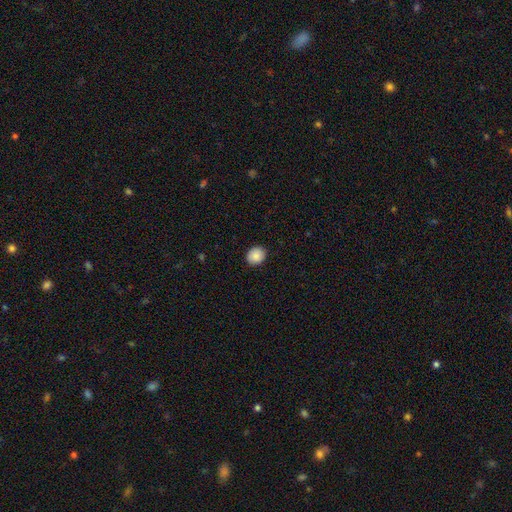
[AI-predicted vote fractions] Q: Smooth or featured?
A: smooth (87%); runner-up: star or artifact (8%)
Q: How rounded?
A: round (72%); runner-up: in between (27%)
Q: Merging?
A: none (90%); runner-up: minor disturbance (8%)